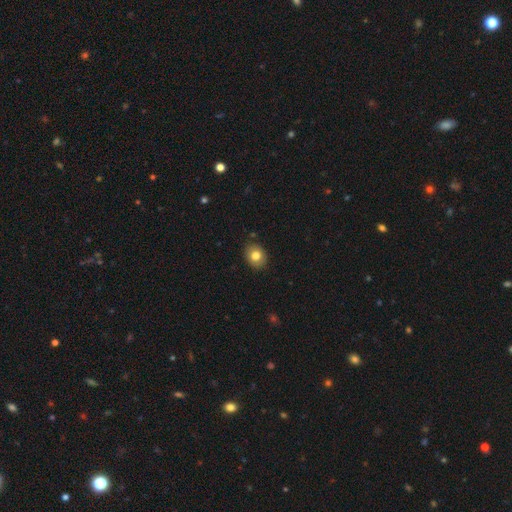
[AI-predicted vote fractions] Overall: smooth (80%). How rounded: round (51%; in between 48%). Merging: none (87%).